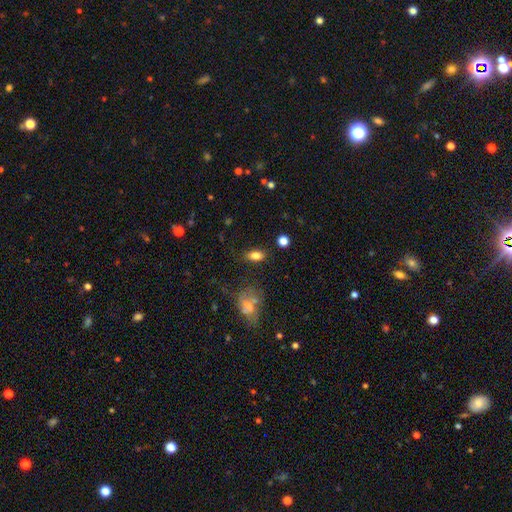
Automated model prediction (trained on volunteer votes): A smooth galaxy with no disk features (81%) that is in between round and cigar-shaped (86%).

Vote fractions:
- Smooth or featured? smooth: 81% / star or artifact: 11% / featured or disk: 8%
- How rounded? in between: 86% / round: 9% / cigar-shaped: 5%
- Merging? none: 79% / minor disturbance: 13% / major disturbance: 4% / merger: 4%